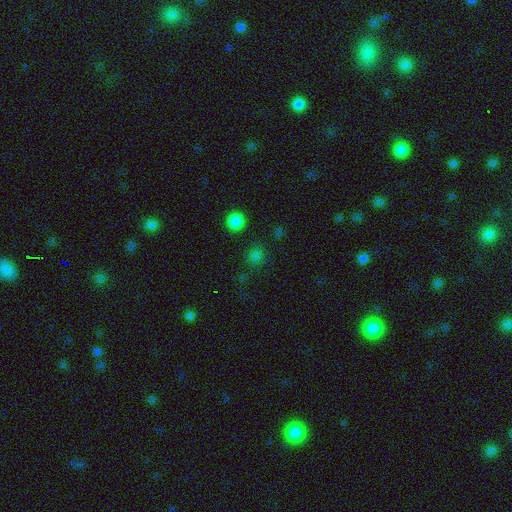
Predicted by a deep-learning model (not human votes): A smooth galaxy with no disk features (73%) that is round (88%). Merging: none (85%).